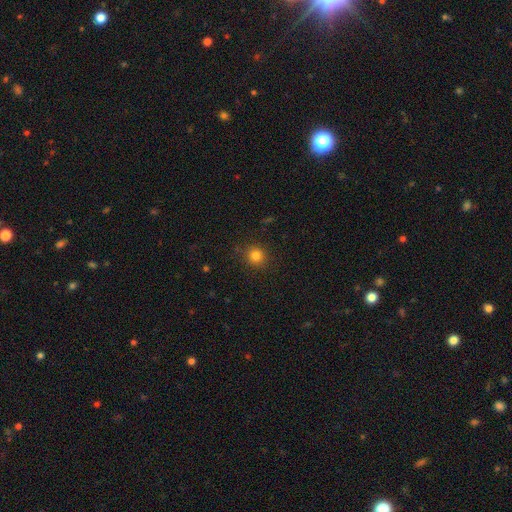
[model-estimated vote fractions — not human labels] smooth-or-featured: smooth: 81% | star or artifact: 14% | featured or disk: 5%
  how-rounded: round: 91% | in between: 8% | cigar-shaped: 1%
  merging: none: 89% | minor disturbance: 8% | major disturbance: 3% | merger: 1%